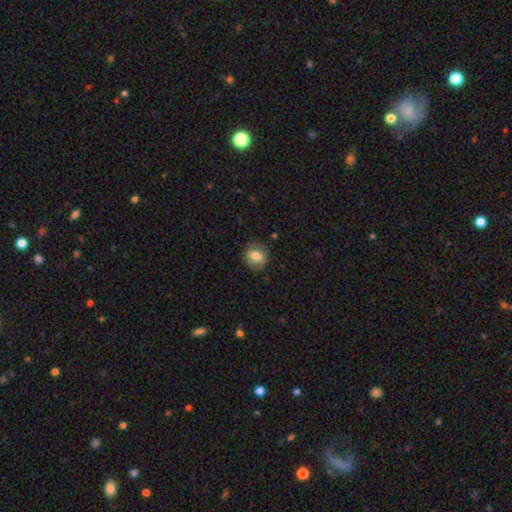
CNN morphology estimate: A smooth galaxy with no disk features (74%) that is round (73%). Merging: none (83%).